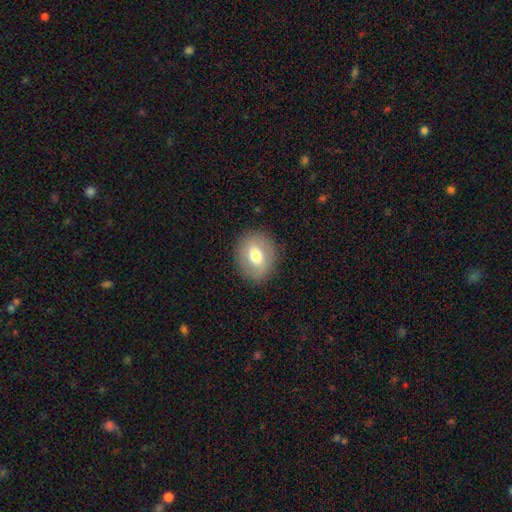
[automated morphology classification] The model was most divided on "how rounded": round: 61%, in between: 38%, cigar-shaped: 1%. More confident: merging — none (86%); smooth or featured — smooth (65%).